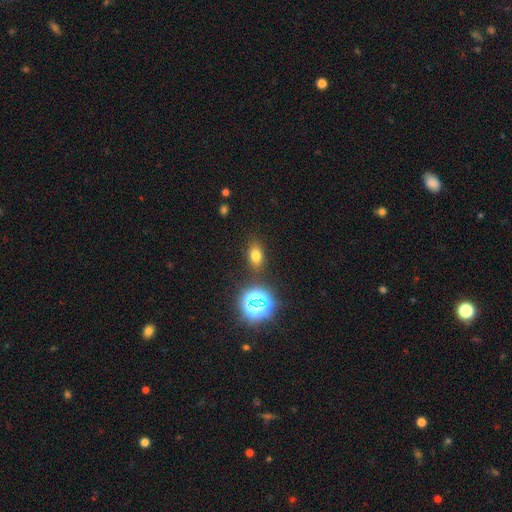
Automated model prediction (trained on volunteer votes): Smooth or featured?
  - smooth: 68% *
  - star or artifact: 23%
  - featured or disk: 9%
How rounded?
  - in between: 77% *
  - round: 20%
  - cigar-shaped: 3%
Merging?
  - none: 84% *
  - minor disturbance: 10%
  - major disturbance: 3%
  - merger: 3%